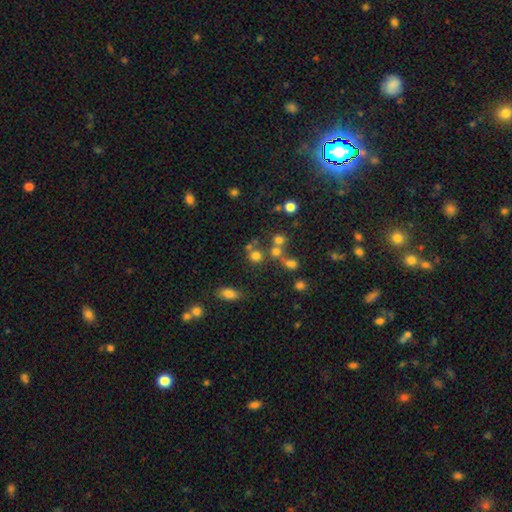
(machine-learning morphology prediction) smooth 70%, star or artifact 19%, featured or disk 11%. Down the decision tree: how rounded — round (85%); merging — none (57%).